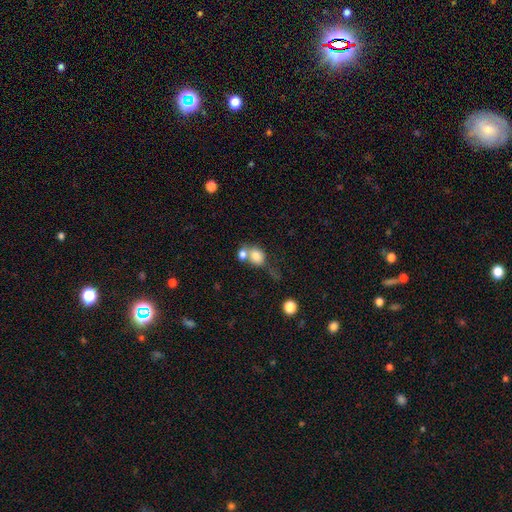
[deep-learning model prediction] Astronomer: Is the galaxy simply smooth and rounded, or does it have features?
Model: smooth — 78%.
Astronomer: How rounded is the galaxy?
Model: round — 53% (runner-up: in between, 45%).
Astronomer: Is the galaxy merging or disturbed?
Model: merger — 53% (runner-up: none, 28%).